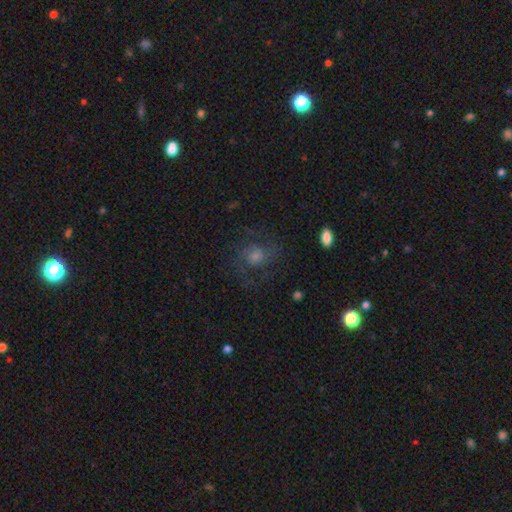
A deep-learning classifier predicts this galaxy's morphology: Q: Smooth or featured?
A: featured or disk (60%); runner-up: smooth (22%)
Q: Edge-on disk?
A: no (97%); runner-up: yes (3%)
Q: Bar?
A: no (68%); runner-up: weak (27%)
Q: Spiral arms?
A: yes (89%); runner-up: no (11%)
Q: Spiral winding?
A: medium (53%); runner-up: tight (24%)
Q: Spiral arm count?
A: 2 (66%); runner-up: can't tell (17%)
Q: Bulge size?
A: moderate (43%); runner-up: small (33%)
Q: Merging?
A: none (69%); runner-up: minor disturbance (15%)